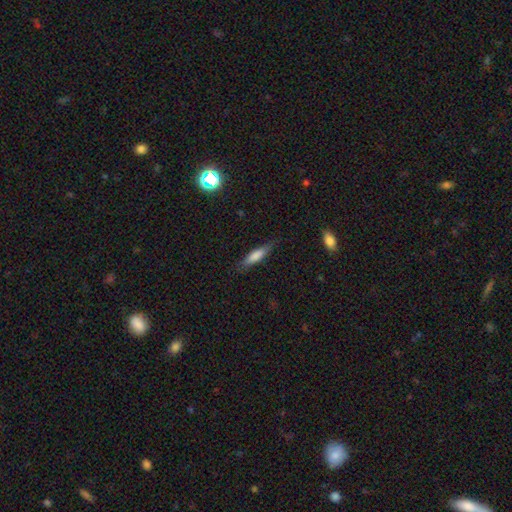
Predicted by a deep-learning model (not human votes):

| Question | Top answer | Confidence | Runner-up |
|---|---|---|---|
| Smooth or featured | smooth | 71% | featured or disk (22%) |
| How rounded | cigar-shaped | 71% | in between (27%) |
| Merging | none | 79% | minor disturbance (16%) |